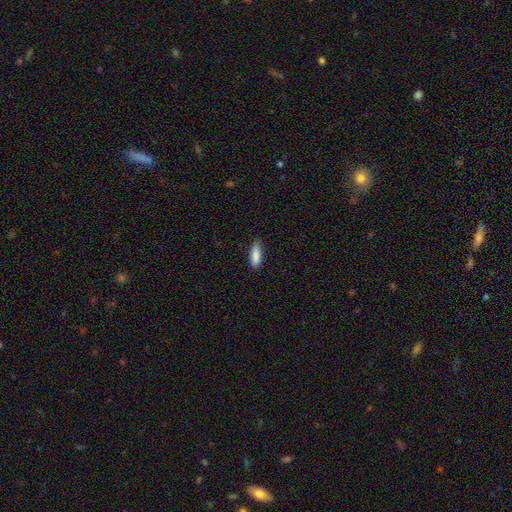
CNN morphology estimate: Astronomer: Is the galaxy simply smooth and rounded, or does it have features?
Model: smooth — 87%.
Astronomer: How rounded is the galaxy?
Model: in between — 52% (runner-up: cigar-shaped, 47%).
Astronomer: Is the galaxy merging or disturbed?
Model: none — 81%.